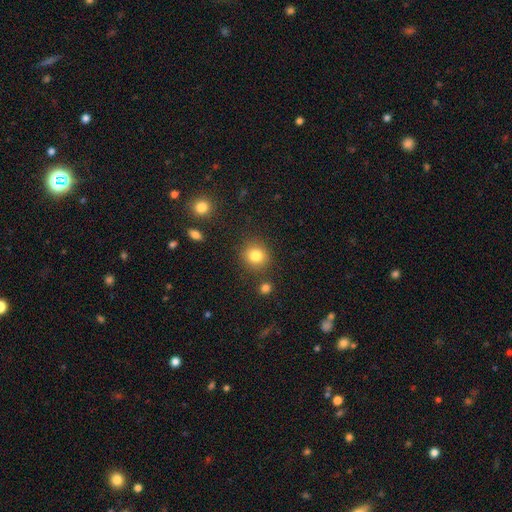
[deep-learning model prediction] smooth-or-featured: smooth: 82% | star or artifact: 11% | featured or disk: 7%
  how-rounded: round: 85% | in between: 14% | cigar-shaped: 1%
  merging: none: 85% | minor disturbance: 9% | merger: 4% | major disturbance: 3%